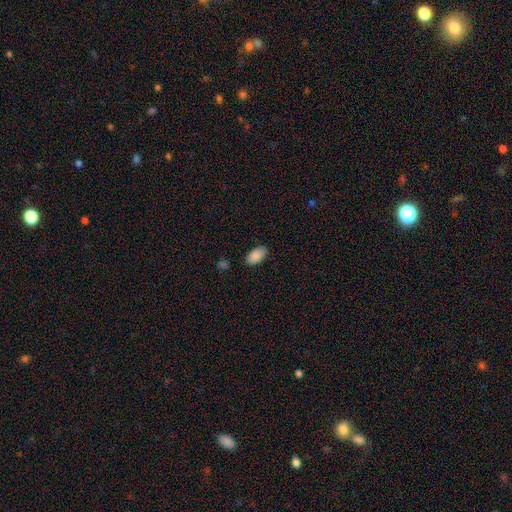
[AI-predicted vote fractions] The model was most divided on "merging": none: 85%, minor disturbance: 11%, major disturbance: 2%, merger: 1%. More confident: how rounded — in between (95%); smooth or featured — smooth (89%).